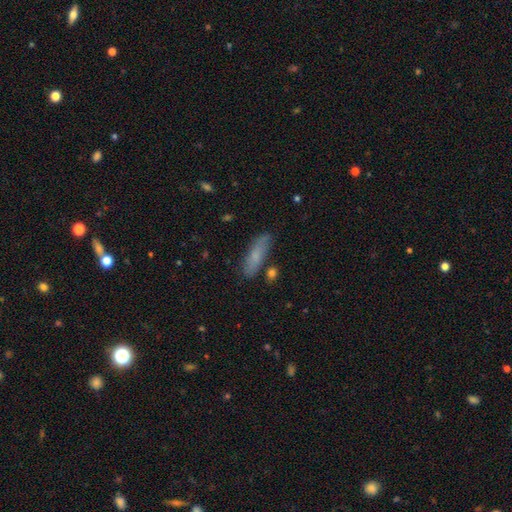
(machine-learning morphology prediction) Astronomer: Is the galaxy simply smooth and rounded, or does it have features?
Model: smooth — 72%.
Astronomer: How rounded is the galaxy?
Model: cigar-shaped — 60% (runner-up: in between, 38%).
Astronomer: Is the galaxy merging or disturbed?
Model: none — 76%.